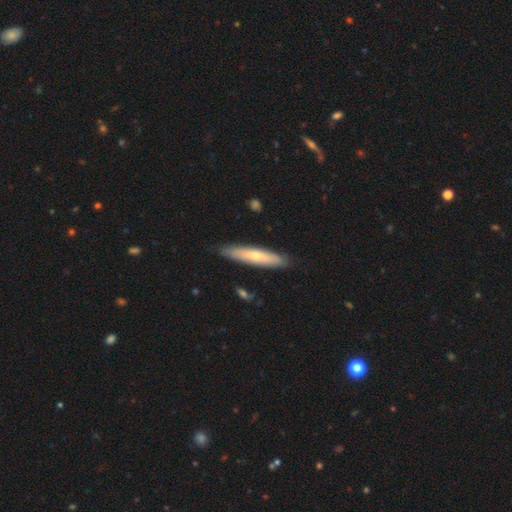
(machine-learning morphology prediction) smooth 54%, featured or disk 40%, star or artifact 6%. Down the decision tree: how rounded — cigar-shaped (84%); merging — none (86%).